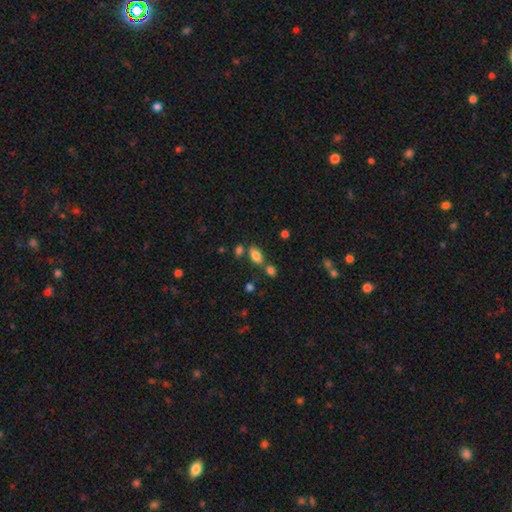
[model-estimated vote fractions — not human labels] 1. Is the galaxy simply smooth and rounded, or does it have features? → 80% smooth, 10% star or artifact, 9% featured or disk.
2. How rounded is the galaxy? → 88% in between, 7% cigar-shaped, 5% round.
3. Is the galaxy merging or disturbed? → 63% none, 20% merger, 13% minor disturbance, 4% major disturbance.